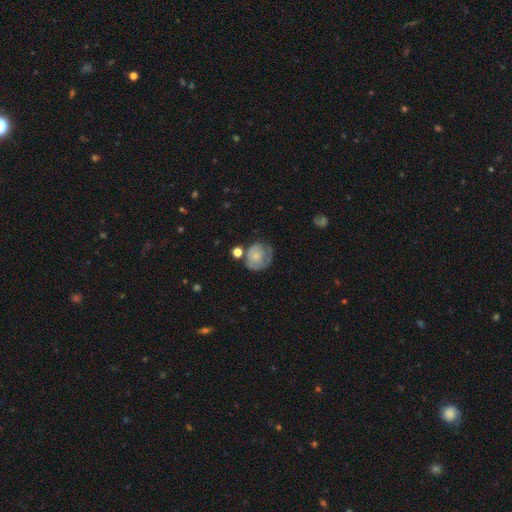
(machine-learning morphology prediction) smooth 54%, featured or disk 39%, star or artifact 8%. Down the decision tree: how rounded — round (72%); merging — none (50%).